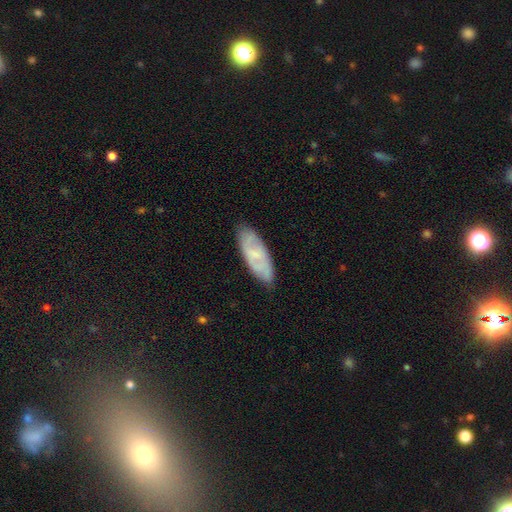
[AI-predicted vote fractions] This appears to be a featured or disk galaxy (50%). Merging: none (80%).